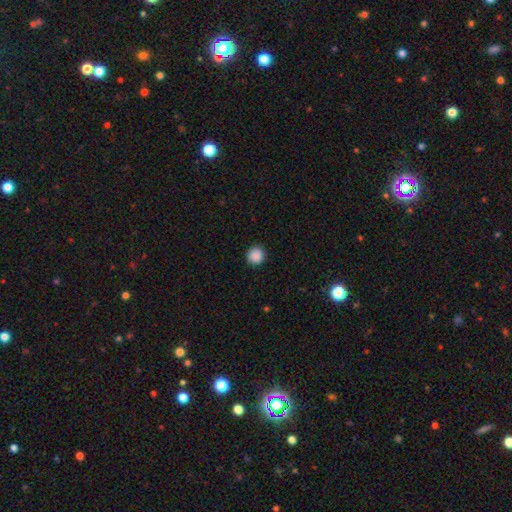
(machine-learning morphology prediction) Q: Smooth or featured?
A: smooth (88%); runner-up: star or artifact (9%)
Q: How rounded?
A: round (93%); runner-up: in between (6%)
Q: Merging?
A: none (92%); runner-up: minor disturbance (5%)